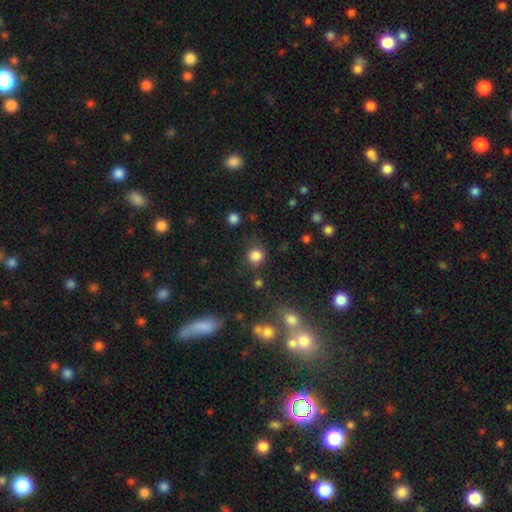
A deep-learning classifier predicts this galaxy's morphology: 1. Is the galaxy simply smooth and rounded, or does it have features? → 84% smooth, 12% star or artifact, 4% featured or disk.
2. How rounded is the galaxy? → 87% round, 12% in between, 1% cigar-shaped.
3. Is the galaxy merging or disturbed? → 81% none, 11% minor disturbance, 5% major disturbance, 4% merger.